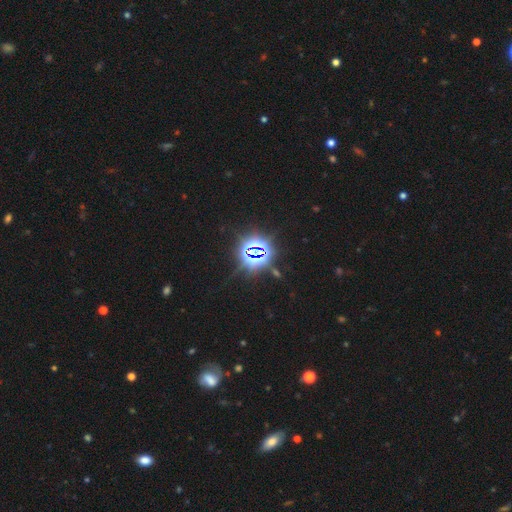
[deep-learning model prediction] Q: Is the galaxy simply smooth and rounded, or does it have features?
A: star or artifact — 83%.